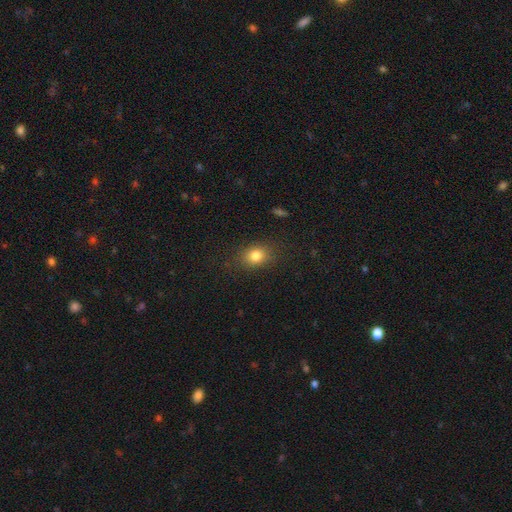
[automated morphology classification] smooth 81%, star or artifact 11%, featured or disk 7%. Down the decision tree: how rounded — in between (52%); merging — none (83%).